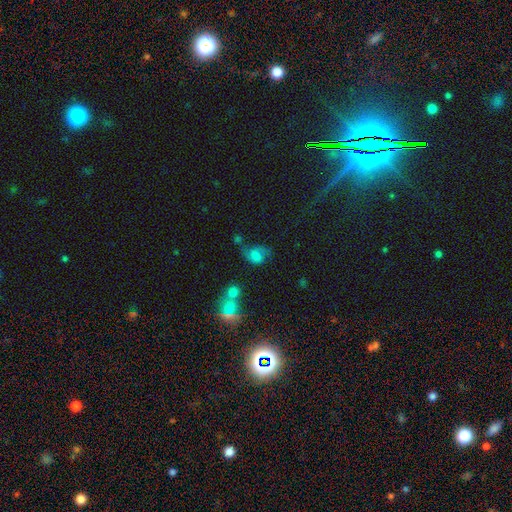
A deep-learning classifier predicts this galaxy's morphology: smooth-or-featured: smooth: 45% | featured or disk: 40% | star or artifact: 15%
  merging: none: 43% | minor disturbance: 27% | major disturbance: 21% | merger: 10%